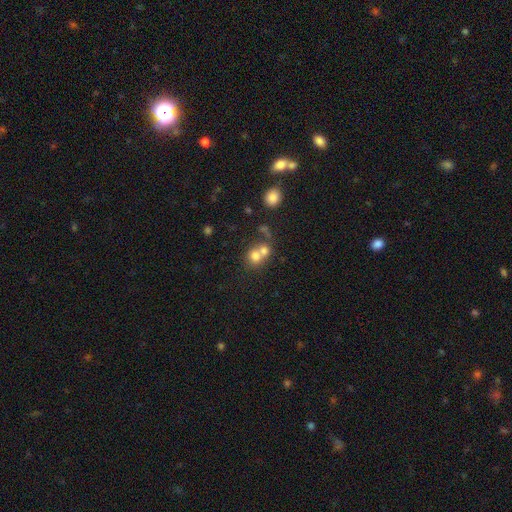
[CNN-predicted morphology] smooth_or_featured: smooth (p=0.73) [alt: featured or disk p=0.15]
how_rounded: round (p=0.76) [alt: in between p=0.23]
merging: merger (p=0.60) [alt: none p=0.32]